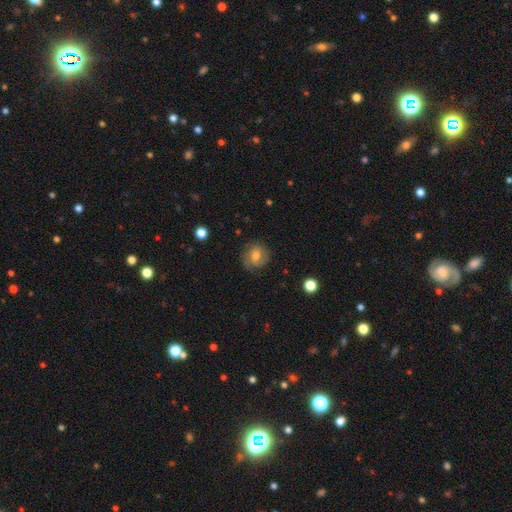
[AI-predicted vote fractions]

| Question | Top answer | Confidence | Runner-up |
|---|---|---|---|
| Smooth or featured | smooth | 53% | featured or disk (37%) |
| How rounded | round | 81% | in between (18%) |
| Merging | none | 74% | minor disturbance (18%) |